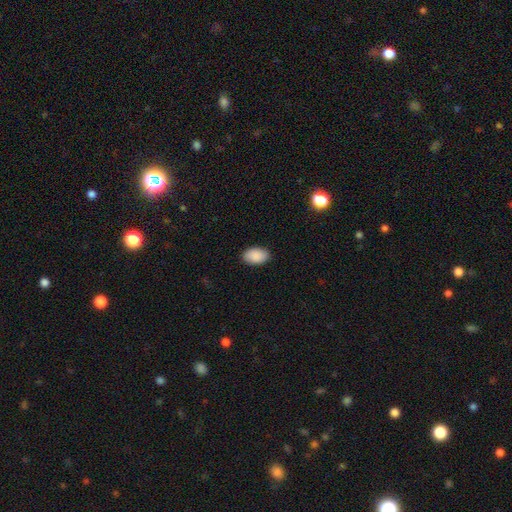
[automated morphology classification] smooth 90%, star or artifact 6%, featured or disk 3%. Down the decision tree: how rounded — in between (92%); merging — none (89%).